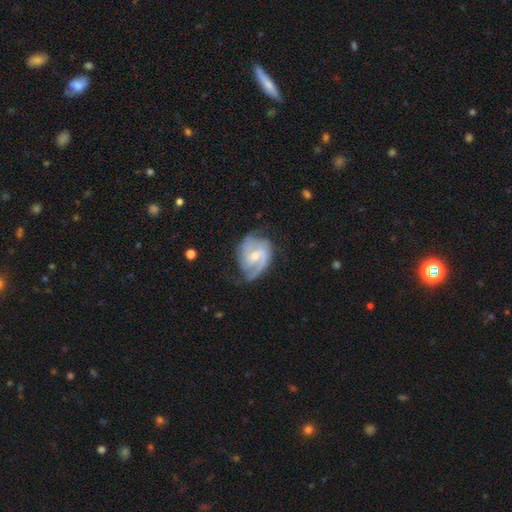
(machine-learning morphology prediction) featured or disk 83%, smooth 12%, star or artifact 5%. Down the decision tree: edge-on disk — no (97%); bar — weak (50%); spiral arms — yes (95%); spiral arm count — 2 (60%); spiral winding — medium (45%); bulge size — moderate (53%); merging — none (60%).